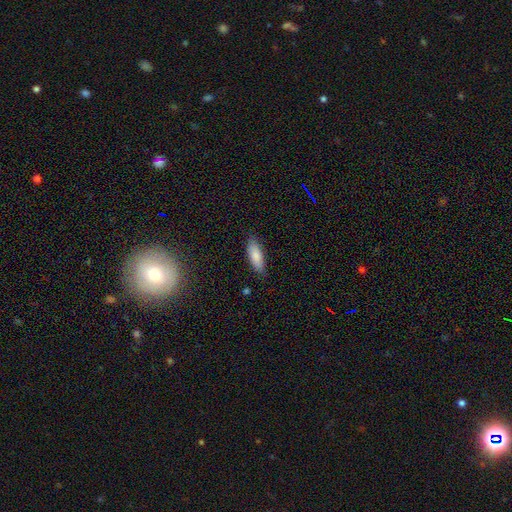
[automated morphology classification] smooth 83%, featured or disk 10%, star or artifact 6%. Down the decision tree: how rounded — in between (68%); merging — none (83%).